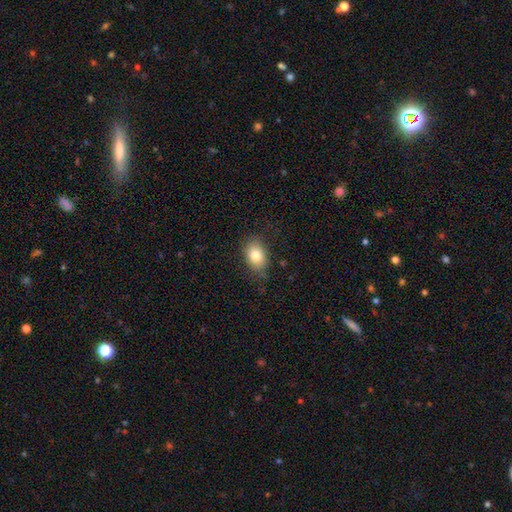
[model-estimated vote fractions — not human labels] Q: Smooth or featured?
A: smooth (80%); runner-up: featured or disk (11%)
Q: How rounded?
A: in between (76%); runner-up: round (23%)
Q: Merging?
A: none (78%); runner-up: minor disturbance (17%)